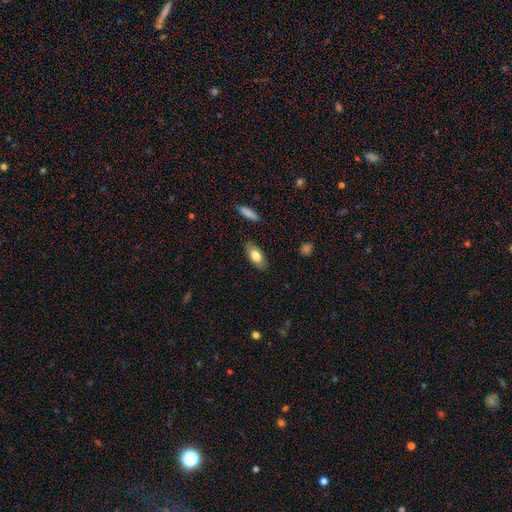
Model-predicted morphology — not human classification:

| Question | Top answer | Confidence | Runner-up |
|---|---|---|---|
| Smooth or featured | smooth | 77% | featured or disk (16%) |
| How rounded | in between | 86% | cigar-shaped (10%) |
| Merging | none | 85% | minor disturbance (11%) |